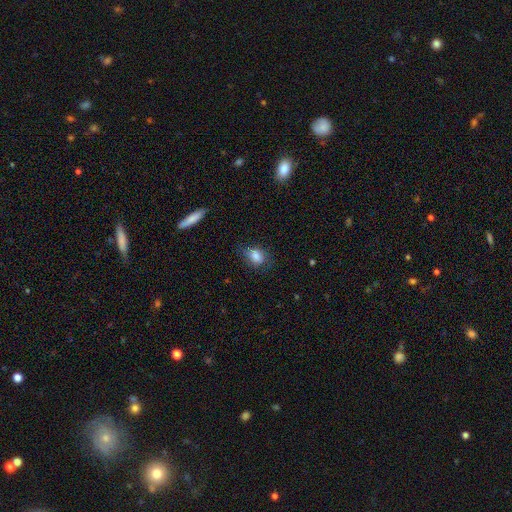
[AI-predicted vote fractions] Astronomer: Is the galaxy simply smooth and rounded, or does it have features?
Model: smooth — 83%.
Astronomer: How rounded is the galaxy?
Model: in between — 74%.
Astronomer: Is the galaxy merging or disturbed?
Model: none — 66%.